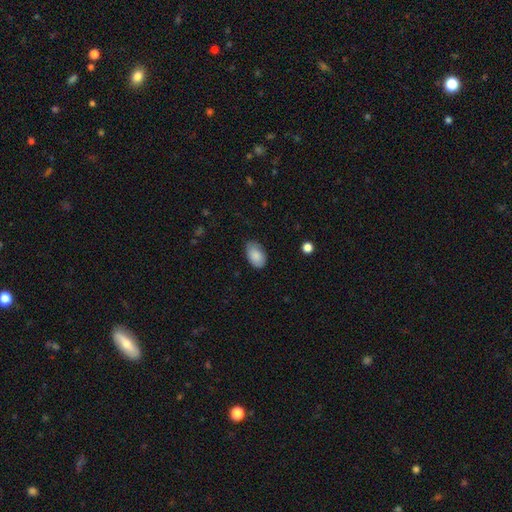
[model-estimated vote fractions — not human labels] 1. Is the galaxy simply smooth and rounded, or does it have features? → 87% smooth, 7% featured or disk, 6% star or artifact.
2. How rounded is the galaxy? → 93% in between, 6% round, 1% cigar-shaped.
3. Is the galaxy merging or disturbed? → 74% none, 21% minor disturbance, 4% major disturbance, 1% merger.